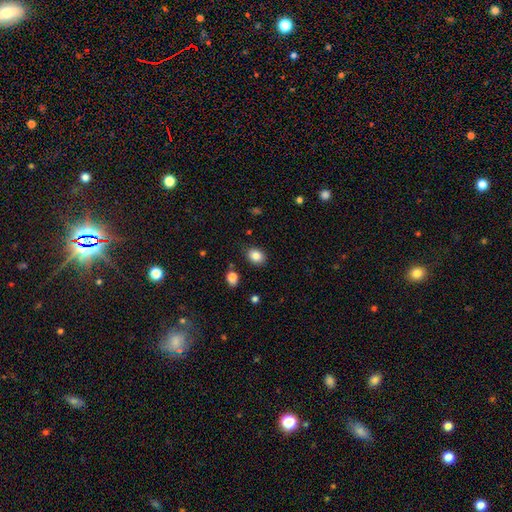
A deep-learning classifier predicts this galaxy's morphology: Overall: smooth (85%). How rounded: in between (59%; round 40%). Merging: none (84%).